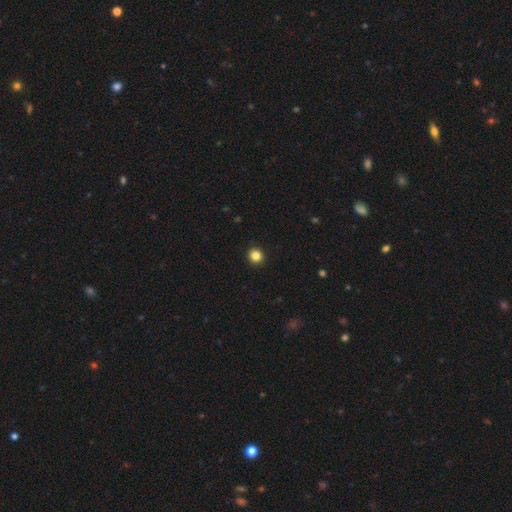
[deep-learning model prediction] This appears to be a smooth galaxy with no disk features (84%) that is round (92%). Merging: none (93%).